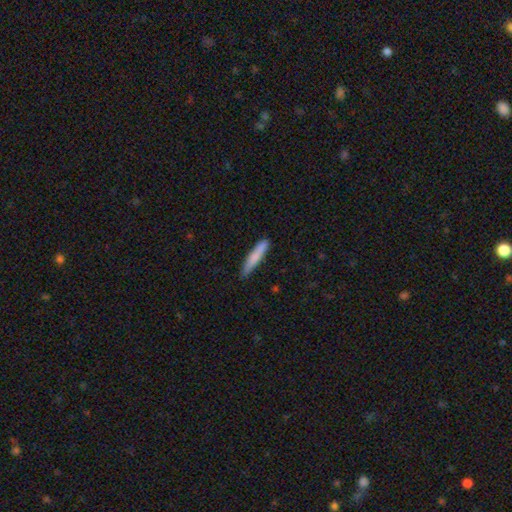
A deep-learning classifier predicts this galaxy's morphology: smooth 77%, featured or disk 17%, star or artifact 5%. Down the decision tree: how rounded — cigar-shaped (92%); merging — none (83%).